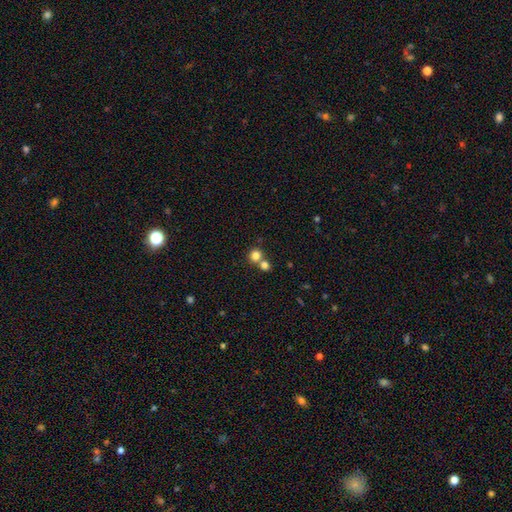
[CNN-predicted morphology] smooth_or_featured: smooth (p=0.80) [alt: star or artifact p=0.12]
how_rounded: round (p=0.90) [alt: in between p=0.09]
merging: none (p=0.52) [alt: merger p=0.39]